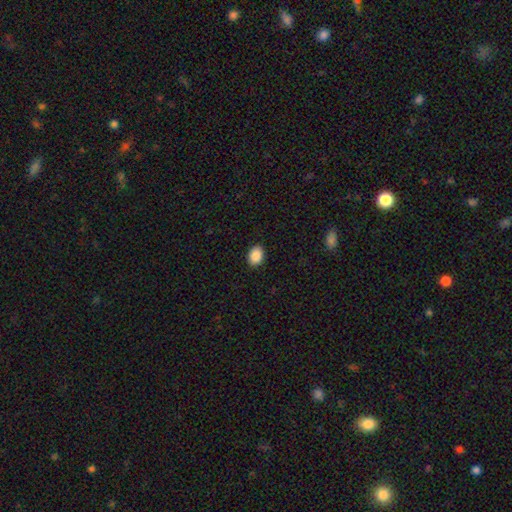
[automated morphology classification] Smooth or featured? Predicted: smooth (p=0.89). How rounded? Predicted: in between (p=0.76). Merging? Predicted: none (p=0.90).